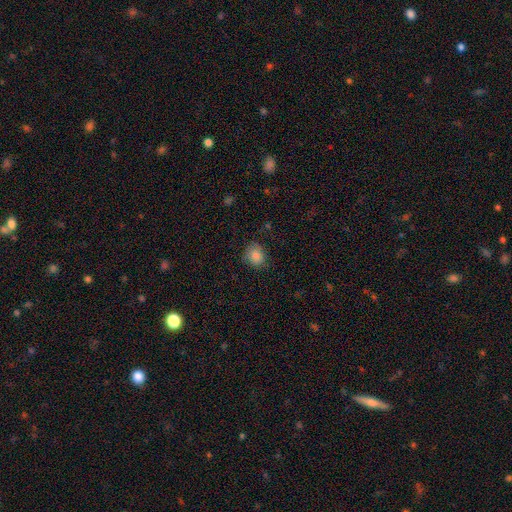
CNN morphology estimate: type=smooth (85%); roundness=round (62%); merging=none (76%).